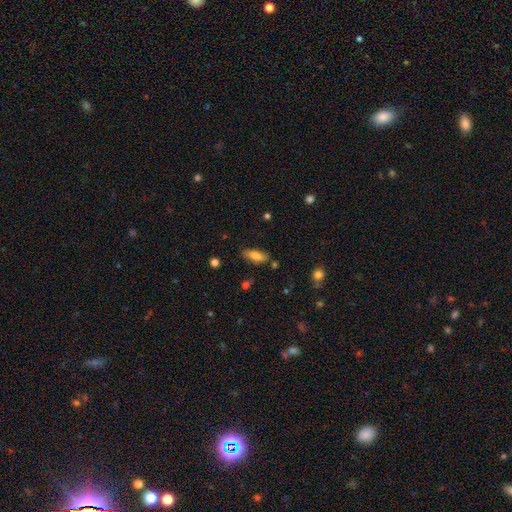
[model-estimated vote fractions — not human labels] A smooth galaxy with no disk features (76%) that is in between round and cigar-shaped (73%). Merging: none (74%).